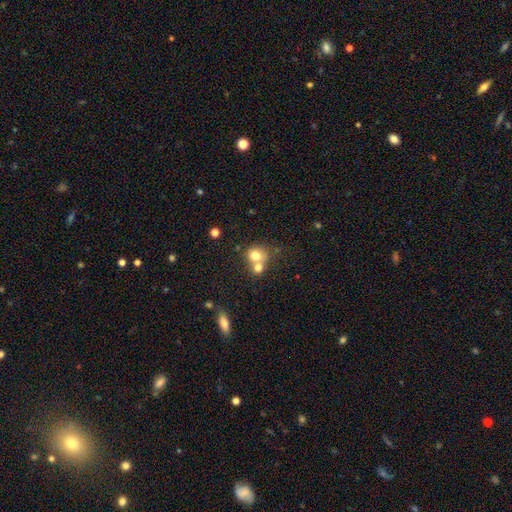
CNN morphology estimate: smooth 74%, featured or disk 15%, star or artifact 11%. Down the decision tree: how rounded — round (74%); merging — merger (53%).